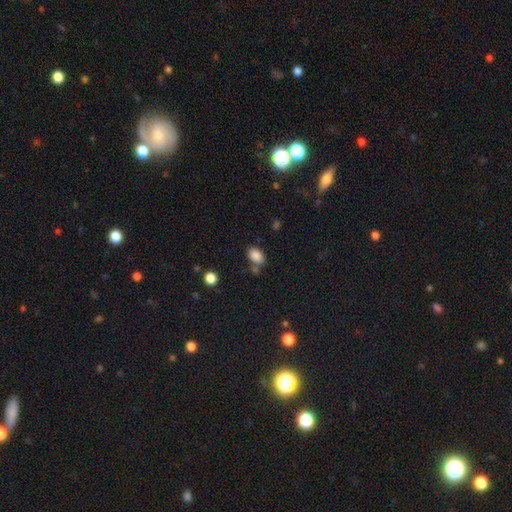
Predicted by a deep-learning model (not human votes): A smooth galaxy with no disk features (86%) that is in between round and cigar-shaped (83%). Merging: none (66%).